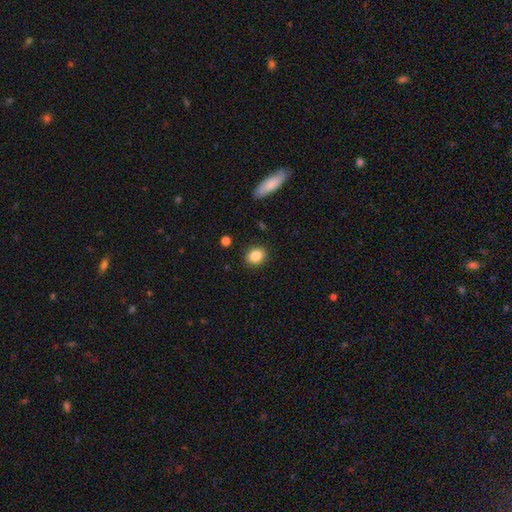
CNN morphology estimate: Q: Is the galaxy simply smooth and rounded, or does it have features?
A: smooth — 86%.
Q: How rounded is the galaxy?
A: round — 52%.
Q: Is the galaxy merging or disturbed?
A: none — 89%.